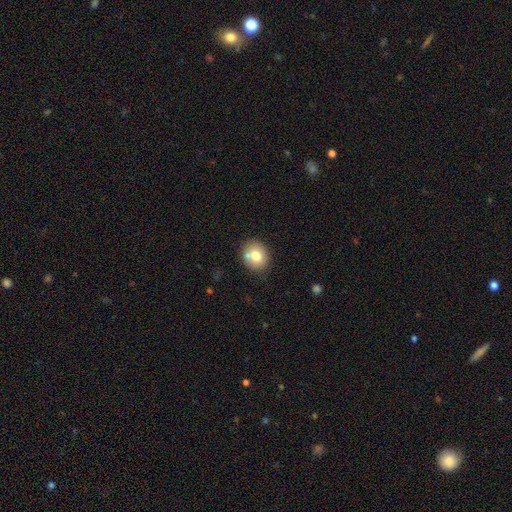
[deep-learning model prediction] Smooth or featured?
  - smooth: 74% *
  - featured or disk: 16%
  - star or artifact: 10%
How rounded?
  - round: 65% *
  - in between: 34%
  - cigar-shaped: 1%
Merging?
  - none: 72% *
  - minor disturbance: 13%
  - merger: 12%
  - major disturbance: 3%